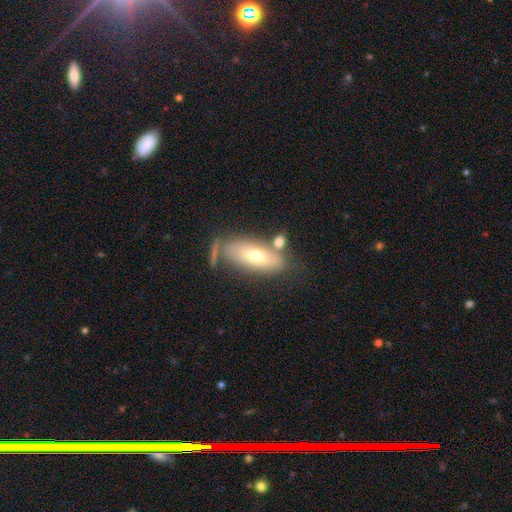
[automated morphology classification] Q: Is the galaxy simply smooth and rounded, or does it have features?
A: smooth — 49%.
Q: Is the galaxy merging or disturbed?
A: none — 55%.